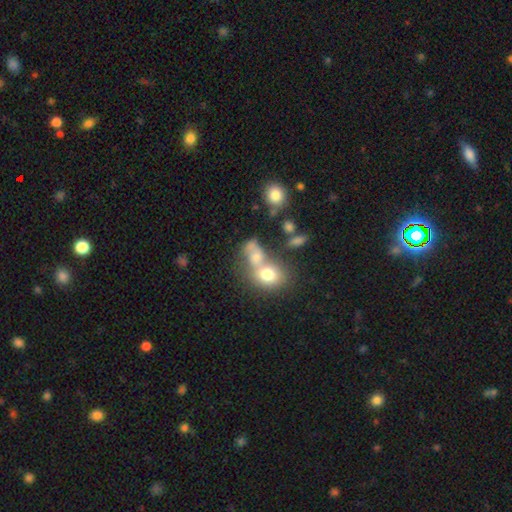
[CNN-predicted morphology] Smooth or featured? smooth (67%)
How rounded? in between (52%)
Merging? merger (60%)